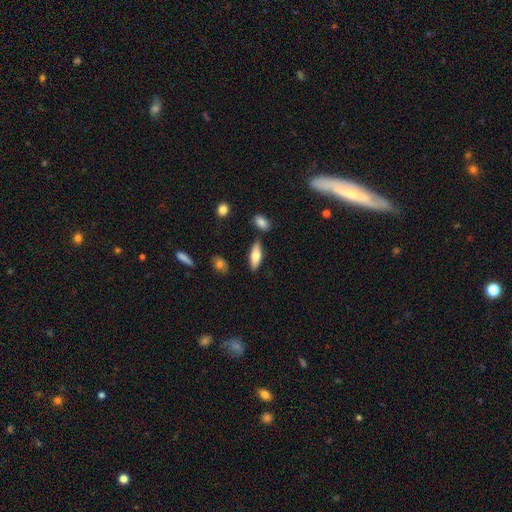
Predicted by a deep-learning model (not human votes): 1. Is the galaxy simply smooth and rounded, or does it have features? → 66% smooth, 28% featured or disk, 6% star or artifact.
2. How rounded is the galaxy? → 63% in between, 35% cigar-shaped, 2% round.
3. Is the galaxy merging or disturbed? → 82% none, 11% minor disturbance, 4% merger, 2% major disturbance.